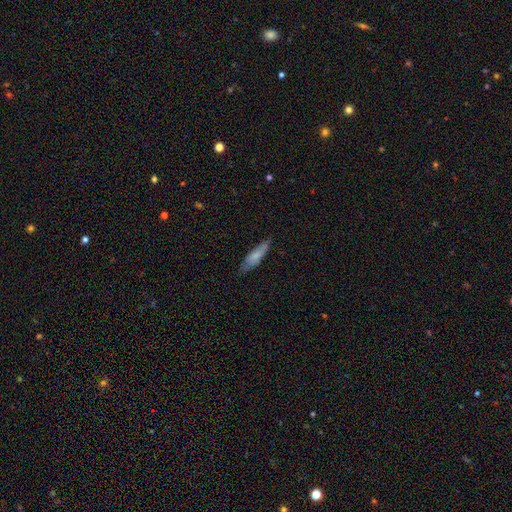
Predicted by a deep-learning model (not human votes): Q: Smooth or featured?
A: smooth (74%); runner-up: featured or disk (20%)
Q: How rounded?
A: cigar-shaped (66%); runner-up: in between (33%)
Q: Merging?
A: none (72%); runner-up: minor disturbance (23%)